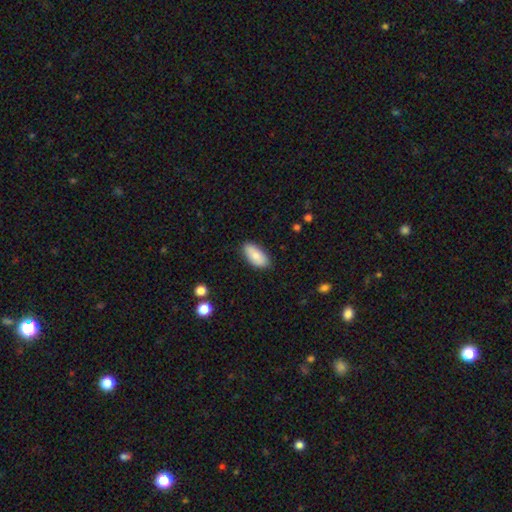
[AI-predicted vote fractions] smooth_or_featured: smooth (p=0.80) [alt: featured or disk p=0.14]
how_rounded: in between (p=0.91) [alt: cigar-shaped p=0.06]
merging: none (p=0.84) [alt: minor disturbance p=0.12]